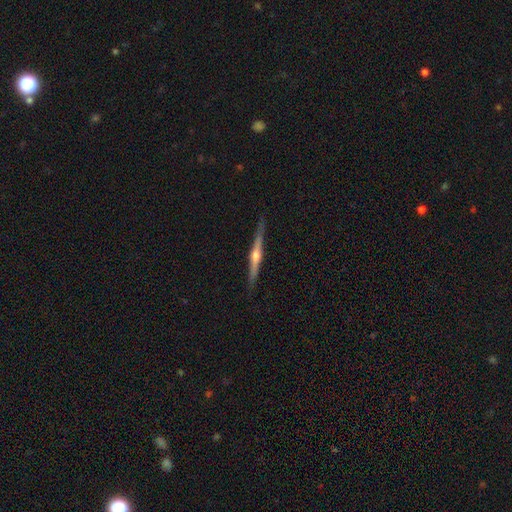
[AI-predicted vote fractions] Smooth or featured? featured or disk (76%)
Edge-on disk? yes (98%)
Edge-on bulge? rounded (88%)
Merging? none (88%)